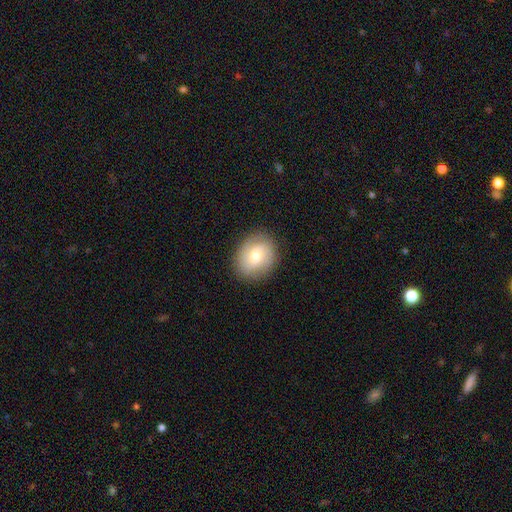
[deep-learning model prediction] Smooth or featured? smooth (65%)
How rounded? round (57%)
Merging? none (85%)